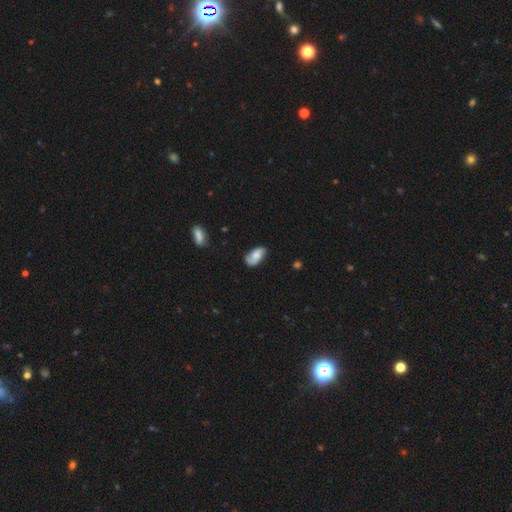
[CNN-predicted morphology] This appears to be a smooth galaxy with no disk features (59%) that is in between round and cigar-shaped (93%). Merging: none (66%).